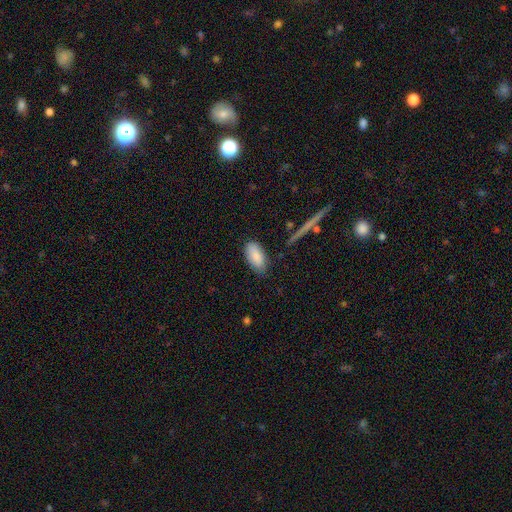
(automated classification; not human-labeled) This is clearly a smooth galaxy (85%). How rounded: clearly in between (93%). Merging: likely none (75%).